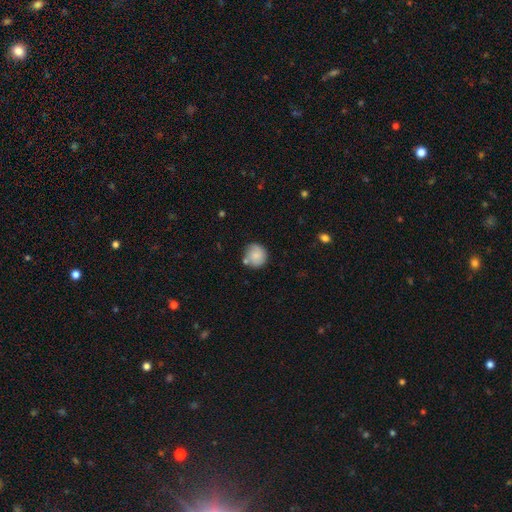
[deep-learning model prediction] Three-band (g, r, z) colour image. It shows a smooth galaxy with no disk features (80%) that is round (90%). Merging: none (70%).